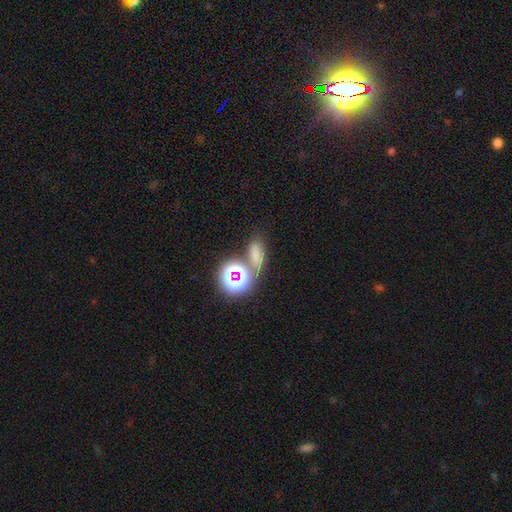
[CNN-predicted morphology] Smooth or featured: smooth — 60% (star or artifact — 30%)
How rounded: in between — 64% (round — 27%)
Merging: none — 58% (merger — 20%)